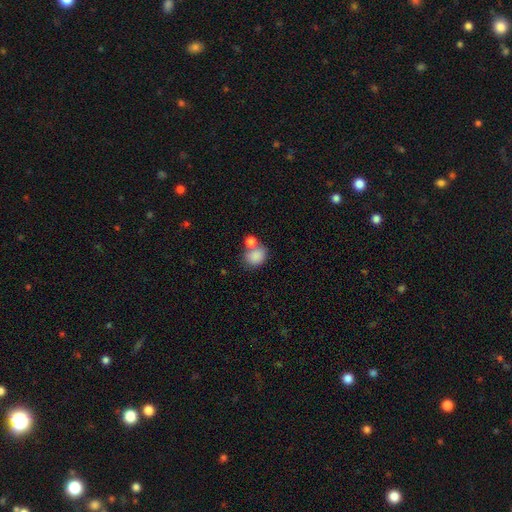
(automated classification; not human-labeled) Overall: smooth (84%). How rounded: round (59%; in between 40%). Merging: none (44%; merger 38%).